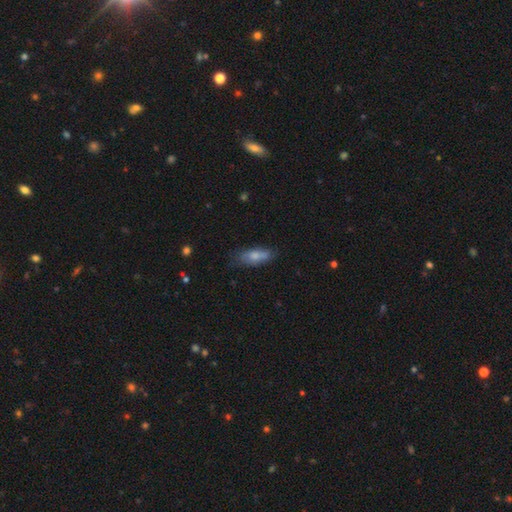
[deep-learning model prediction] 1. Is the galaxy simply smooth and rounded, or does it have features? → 73% smooth, 20% featured or disk, 7% star or artifact.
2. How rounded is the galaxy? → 72% in between, 25% cigar-shaped, 3% round.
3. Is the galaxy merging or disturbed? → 62% none, 26% minor disturbance, 7% major disturbance, 4% merger.